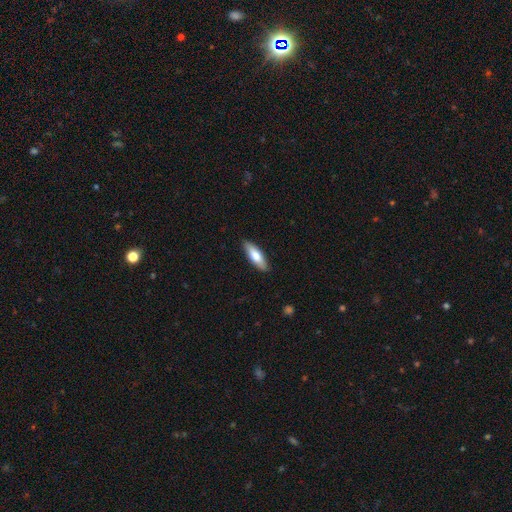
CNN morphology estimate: Smooth or featured?
  - smooth: 71% *
  - featured or disk: 23%
  - star or artifact: 5%
How rounded?
  - cigar-shaped: 49% * (tied)
  - in between: 49% * (tied)
  - round: 2%
Merging?
  - none: 89% *
  - minor disturbance: 8%
  - major disturbance: 2%
  - merger: 1%